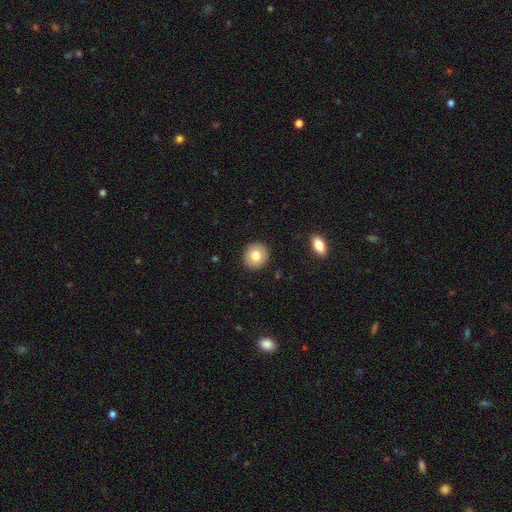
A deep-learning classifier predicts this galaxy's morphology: Overall: smooth (79%). How rounded: round (85%). Merging: none (91%).